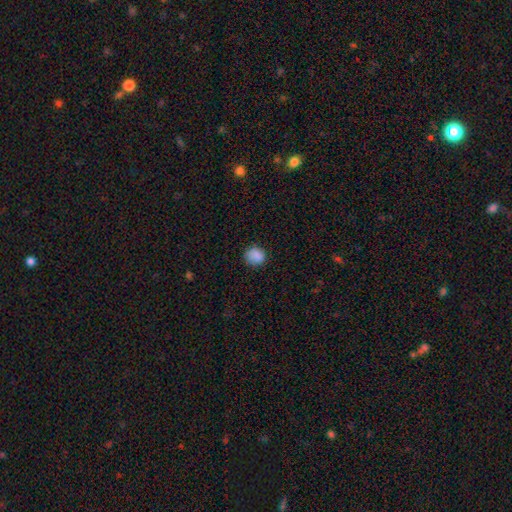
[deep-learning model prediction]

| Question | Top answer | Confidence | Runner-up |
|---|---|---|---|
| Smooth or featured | smooth | 86% | star or artifact (9%) |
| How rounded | round | 81% | in between (18%) |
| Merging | none | 80% | minor disturbance (15%) |